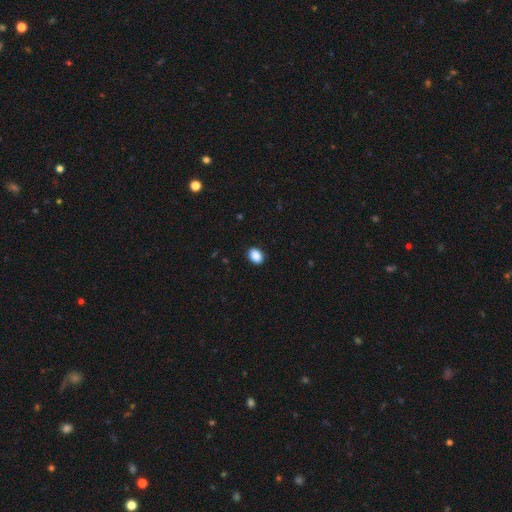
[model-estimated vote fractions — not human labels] Morphology: type=smooth (90%); roundness=in between (79%); merging=none (90%).